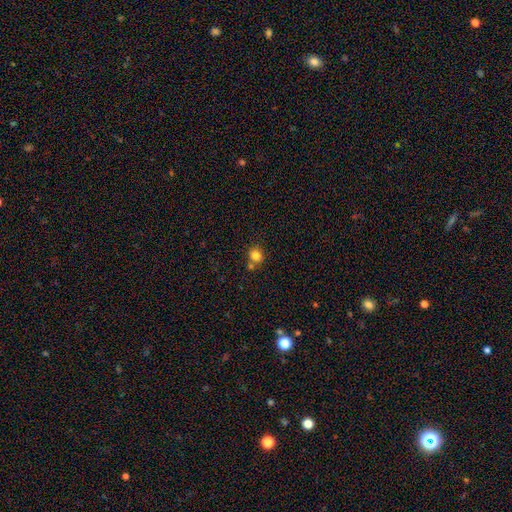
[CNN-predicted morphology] Smooth or featured: smooth — 82% (star or artifact — 12%)
How rounded: round — 72% (in between — 27%)
Merging: none — 66% (merger — 20%)